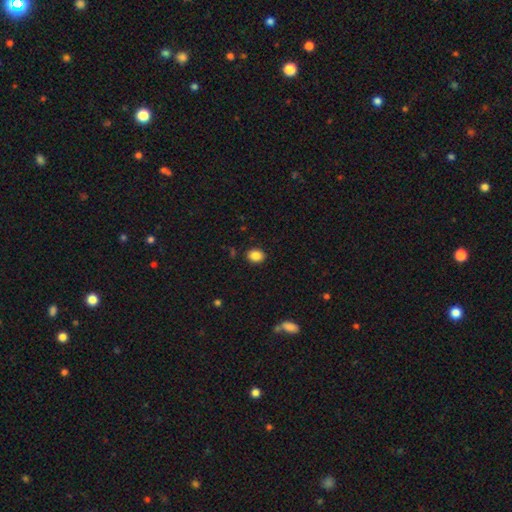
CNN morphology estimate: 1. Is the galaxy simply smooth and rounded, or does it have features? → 87% smooth, 9% star or artifact, 4% featured or disk.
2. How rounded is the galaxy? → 51% in between, 48% round, 1% cigar-shaped.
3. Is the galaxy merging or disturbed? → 89% none, 7% minor disturbance, 2% major disturbance, 1% merger.